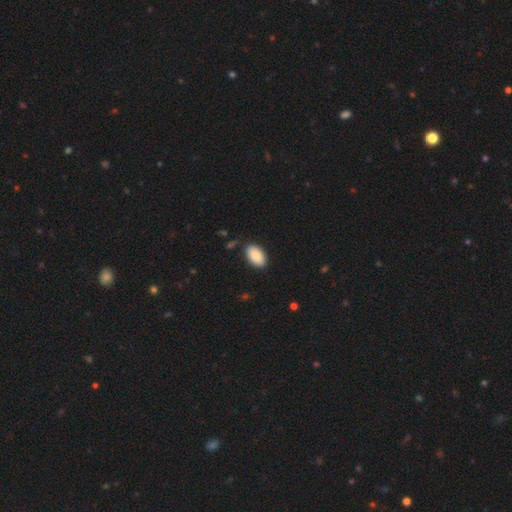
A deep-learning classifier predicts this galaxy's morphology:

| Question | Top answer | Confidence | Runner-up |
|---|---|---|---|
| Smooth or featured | smooth | 90% | star or artifact (6%) |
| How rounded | in between | 95% | round (4%) |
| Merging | none | 86% | minor disturbance (10%) |